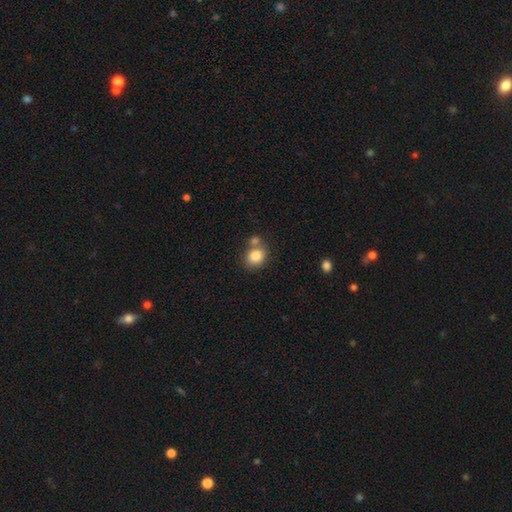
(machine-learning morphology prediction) This appears to be a smooth galaxy with no disk features (83%) that is round (63%). Merging: none (56%).